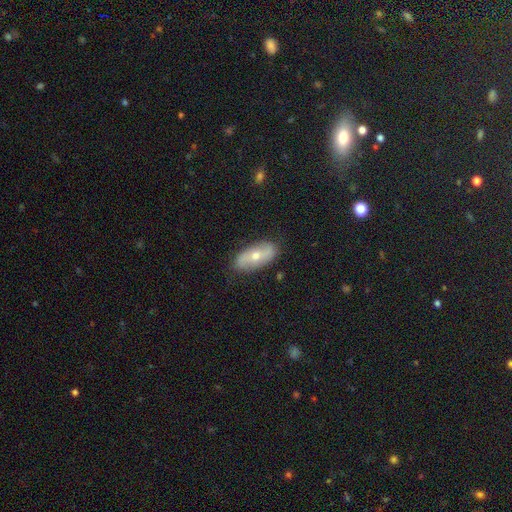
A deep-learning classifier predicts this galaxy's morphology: smooth-or-featured: featured or disk: 50% | smooth: 41% | star or artifact: 8%
  disk-edge-on: no: 82% | yes: 18%
  merging: none: 85% | minor disturbance: 11% | major disturbance: 3% | merger: 1%